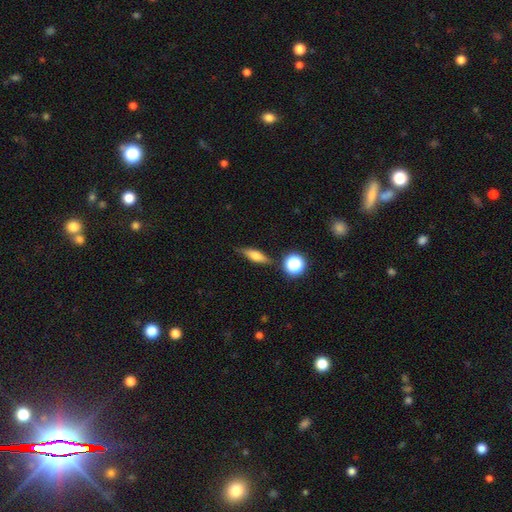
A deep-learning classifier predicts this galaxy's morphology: The model was most divided on "how rounded": cigar-shaped: 48%, in between: 44%, round: 9%. More confident: merging — none (77%); smooth or featured — smooth (58%).